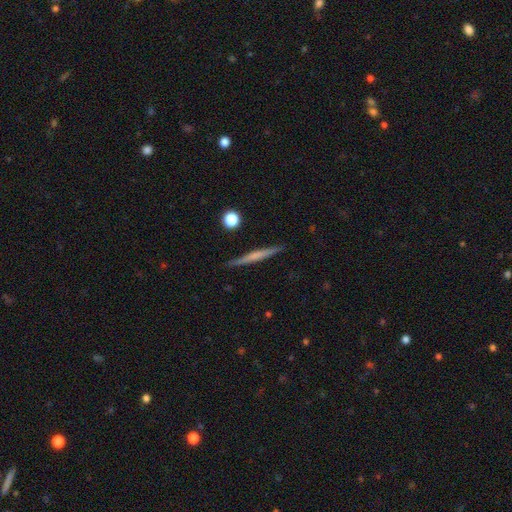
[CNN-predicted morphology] Smooth or featured? Predicted: featured or disk (p=0.55). Edge-on disk? Predicted: yes (p=0.97). Edge-on bulge? Predicted: none (p=0.59). Merging? Predicted: none (p=0.90).